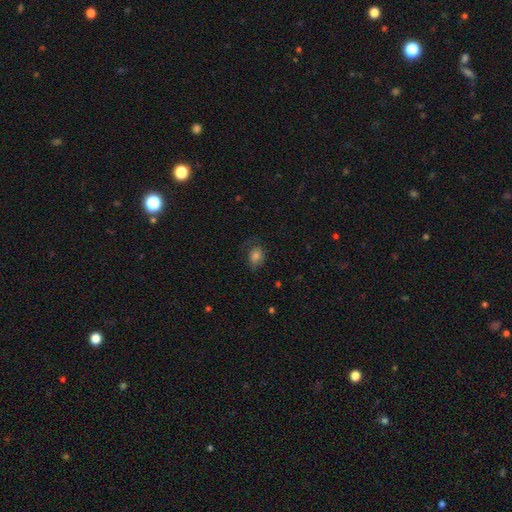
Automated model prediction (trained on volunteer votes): Morphology: type=smooth (71%); roundness=in between (59%); merging=none (54%).